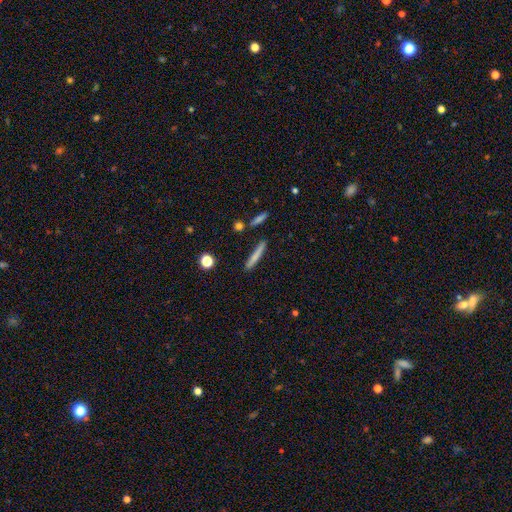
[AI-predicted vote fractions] Smooth or featured?
  - smooth: 73% *
  - featured or disk: 20%
  - star or artifact: 7%
How rounded?
  - cigar-shaped: 94% *
  - in between: 4%
  - round: 2%
Merging?
  - none: 85% *
  - minor disturbance: 9%
  - merger: 4%
  - major disturbance: 2%